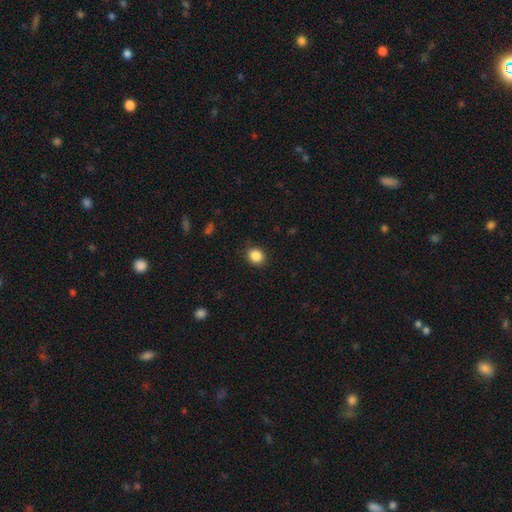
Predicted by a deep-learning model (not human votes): smooth 86%, star or artifact 10%, featured or disk 4%. Down the decision tree: how rounded — round (72%); merging — none (88%).